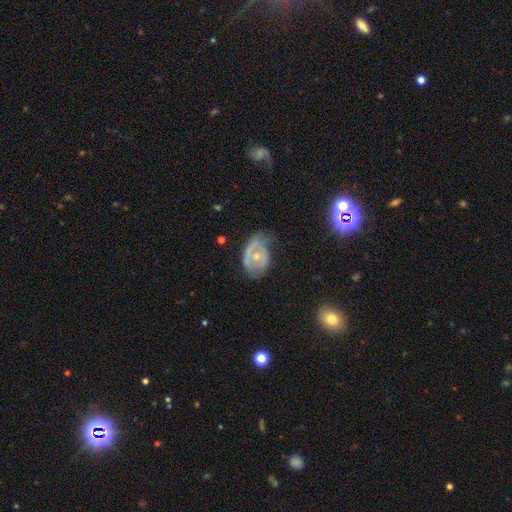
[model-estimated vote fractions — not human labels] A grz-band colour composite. It shows a featured or disk galaxy (55%) with no bar (76%), spiral arms (50%, tied with no) and a small central bulge (56%). Merging: none (37%).